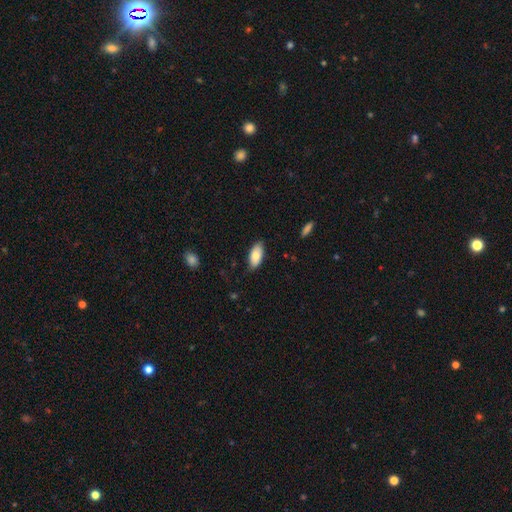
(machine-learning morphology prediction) Smooth or featured: smooth — 79% (featured or disk — 15%)
How rounded: in between — 91% (cigar-shaped — 7%)
Merging: none — 81% (minor disturbance — 16%)